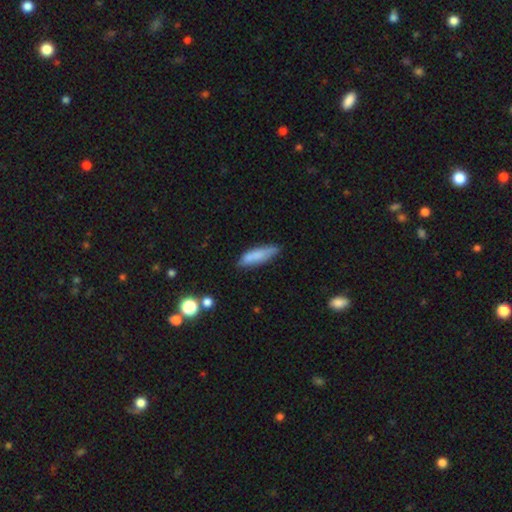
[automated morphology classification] Smooth or featured: smooth — 78% (featured or disk — 15%)
How rounded: cigar-shaped — 63% (in between — 35%)
Merging: none — 70% (minor disturbance — 22%)